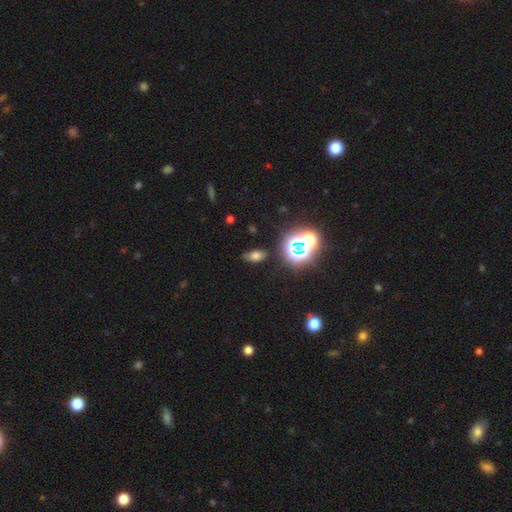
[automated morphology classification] smooth-or-featured: smooth: 62% | star or artifact: 29% | featured or disk: 9%
  how-rounded: in between: 86% | round: 10% | cigar-shaped: 4%
  merging: none: 82% | minor disturbance: 12% | major disturbance: 4% | merger: 3%